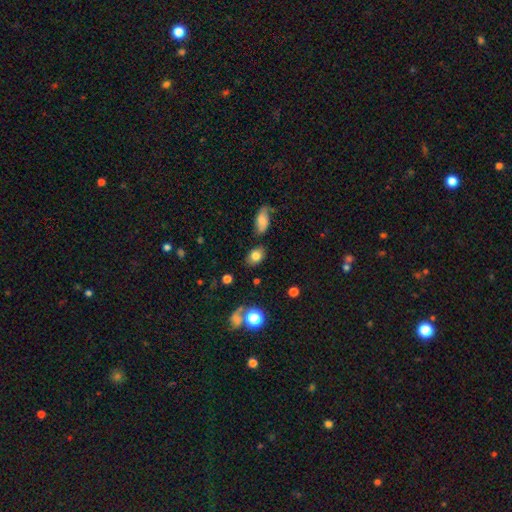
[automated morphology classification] This is likely a smooth galaxy (79%). How rounded: likely in between (76%). Merging: likely none (75%).